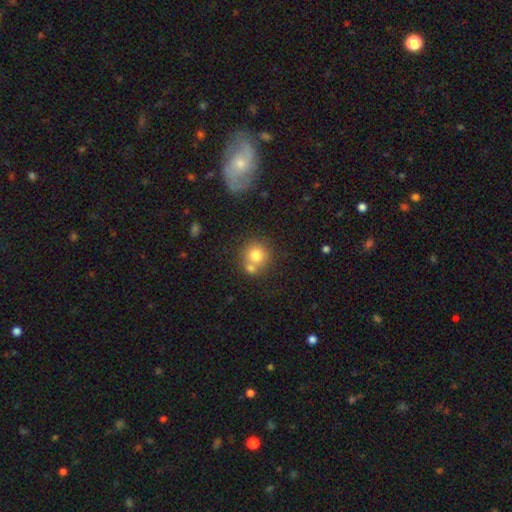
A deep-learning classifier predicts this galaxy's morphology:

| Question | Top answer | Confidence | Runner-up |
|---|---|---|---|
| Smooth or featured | smooth | 76% | featured or disk (13%) |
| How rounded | round | 88% | in between (11%) |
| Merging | none | 53% | merger (35%) |